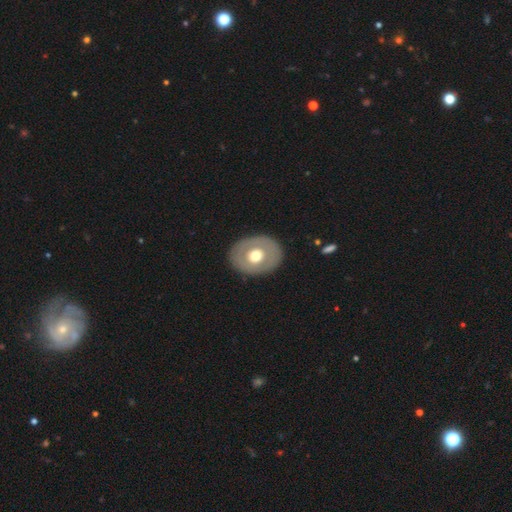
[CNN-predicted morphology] Smooth or featured? smooth (51%)
How rounded? in between (55%)
Merging? none (86%)